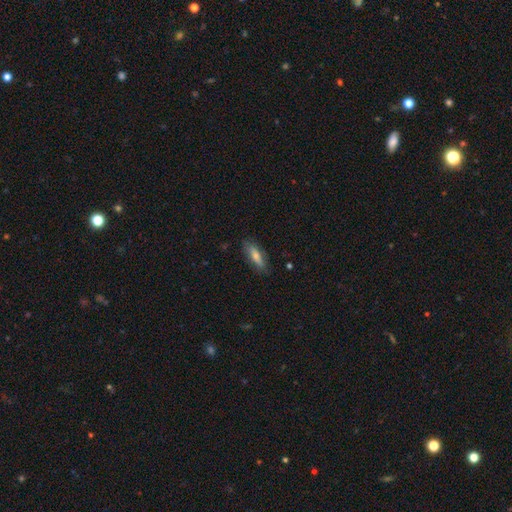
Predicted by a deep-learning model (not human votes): Smooth or featured? smooth (62%)
How rounded? cigar-shaped (58%)
Merging? none (84%)